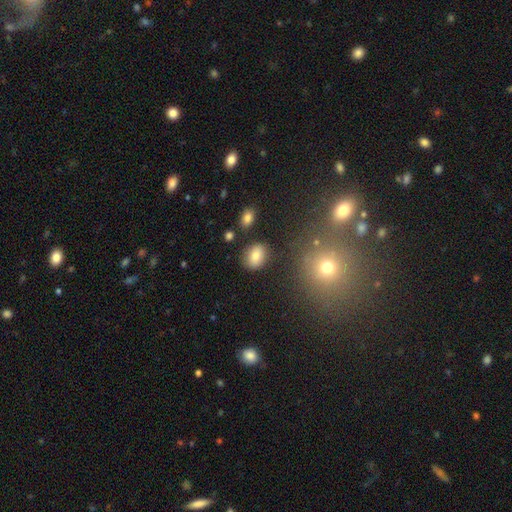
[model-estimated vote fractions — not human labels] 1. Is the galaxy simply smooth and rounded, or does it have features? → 80% smooth, 10% star or artifact, 10% featured or disk.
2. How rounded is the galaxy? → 60% in between, 39% round, 1% cigar-shaped.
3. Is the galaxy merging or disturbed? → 84% none, 9% minor disturbance, 3% merger, 3% major disturbance.